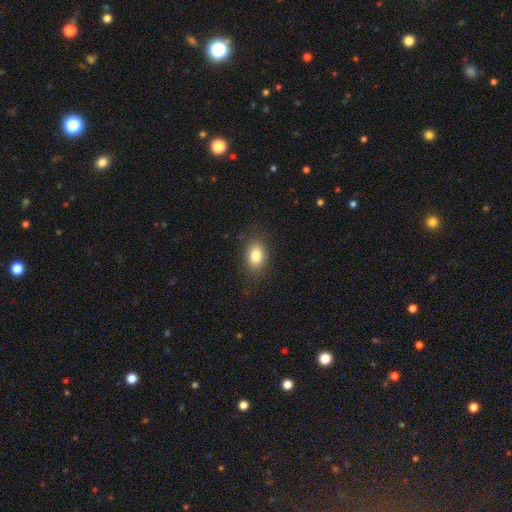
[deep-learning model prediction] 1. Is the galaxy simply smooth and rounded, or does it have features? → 82% smooth, 10% star or artifact, 9% featured or disk.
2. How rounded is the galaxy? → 75% in between, 24% round, 1% cigar-shaped.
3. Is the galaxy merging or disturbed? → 85% none, 11% minor disturbance, 3% major disturbance, 1% merger.